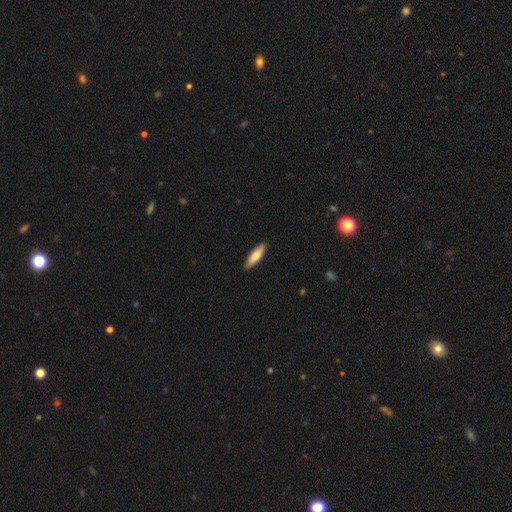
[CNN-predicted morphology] Smooth or featured?
  - smooth: 75% *
  - featured or disk: 20%
  - star or artifact: 5%
How rounded?
  - cigar-shaped: 63% *
  - in between: 35%
  - round: 2%
Merging?
  - none: 89% *
  - minor disturbance: 8%
  - major disturbance: 1%
  - merger: 1%